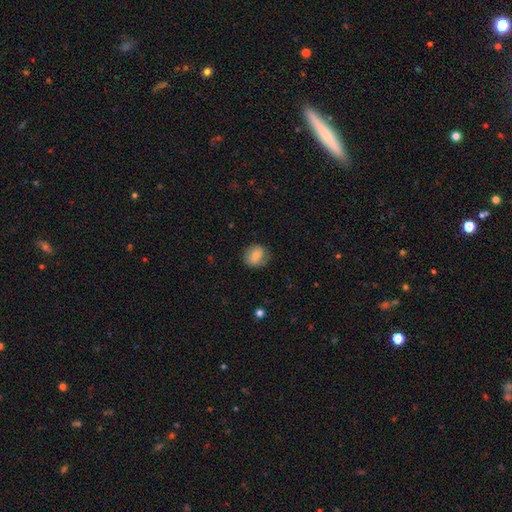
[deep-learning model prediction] Morphology: type=smooth (76%); roundness=round (66%); merging=none (73%).